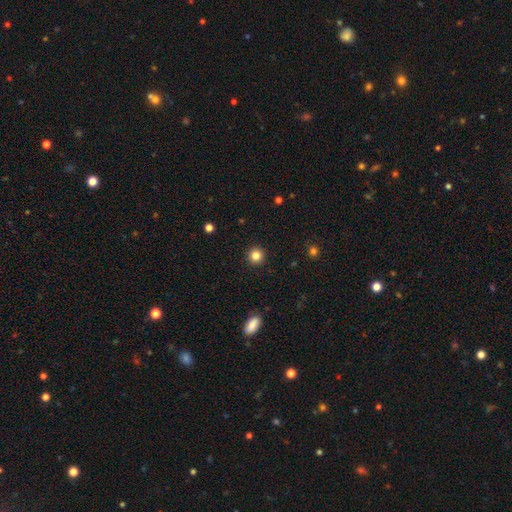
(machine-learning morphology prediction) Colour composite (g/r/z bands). It shows a smooth galaxy with no disk features (83%) that is round (95%). Merging: none (93%).